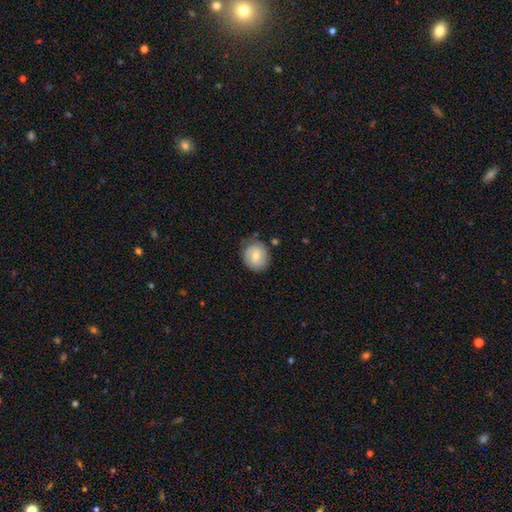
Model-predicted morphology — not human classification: Smooth or featured? smooth (59%)
How rounded? round (77%)
Merging? none (72%)